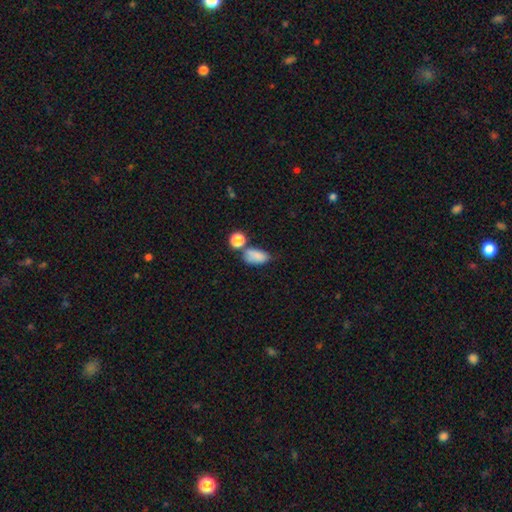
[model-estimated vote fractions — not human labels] smooth_or_featured: smooth (p=0.82) [alt: star or artifact p=0.10]
how_rounded: in between (p=0.88) [alt: round p=0.08]
merging: none (p=0.49) [alt: merger p=0.22]